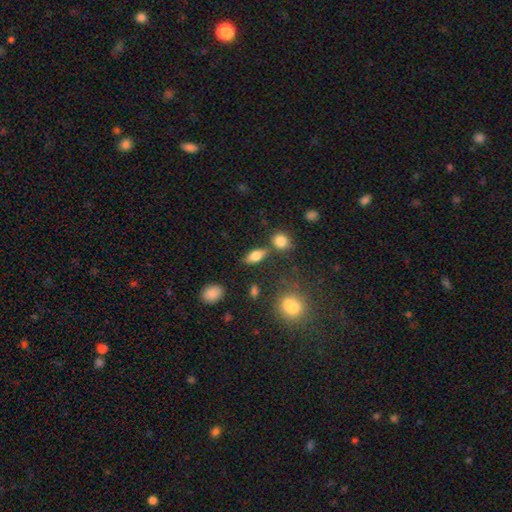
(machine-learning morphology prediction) The model was most divided on "smooth or featured": smooth: 71%, featured or disk: 20%, star or artifact: 10%. More confident: how rounded — in between (78%); merging — none (72%).